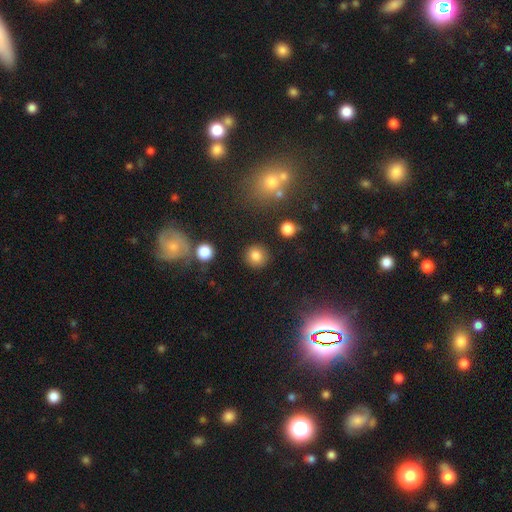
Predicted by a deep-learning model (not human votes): A smooth galaxy with no disk features (82%) that is round (90%).

Vote fractions:
- Smooth or featured? smooth: 82% / star or artifact: 12% / featured or disk: 6%
- How rounded? round: 90% / in between: 9% / cigar-shaped: 1%
- Merging? none: 89% / minor disturbance: 6% / major disturbance: 3% / merger: 2%